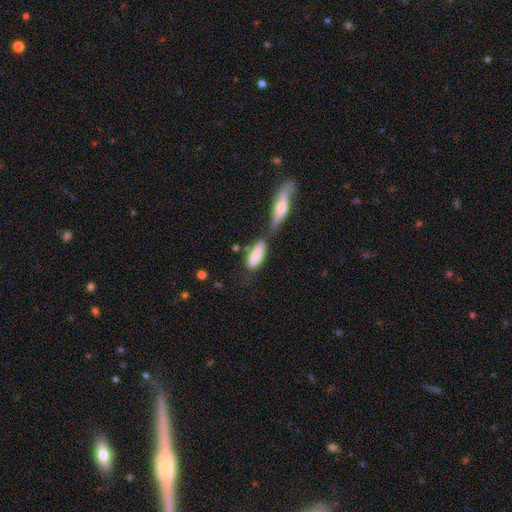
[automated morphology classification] Smooth or featured?
  - smooth: 83% *
  - featured or disk: 11%
  - star or artifact: 6%
How rounded?
  - in between: 79% *
  - cigar-shaped: 18%
  - round: 2%
Merging?
  - merger: 46% *
  - none: 32%
  - minor disturbance: 15%
  - major disturbance: 7%